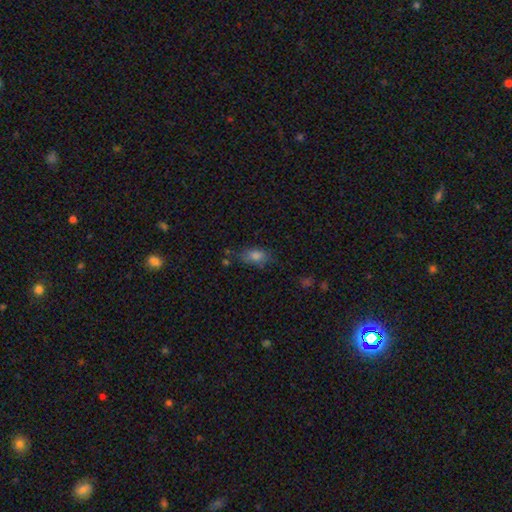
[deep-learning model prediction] smooth_or_featured: smooth (p=0.77) [alt: star or artifact p=0.13]
how_rounded: in between (p=0.83) [alt: round p=0.10]
merging: none (p=0.68) [alt: minor disturbance p=0.21]